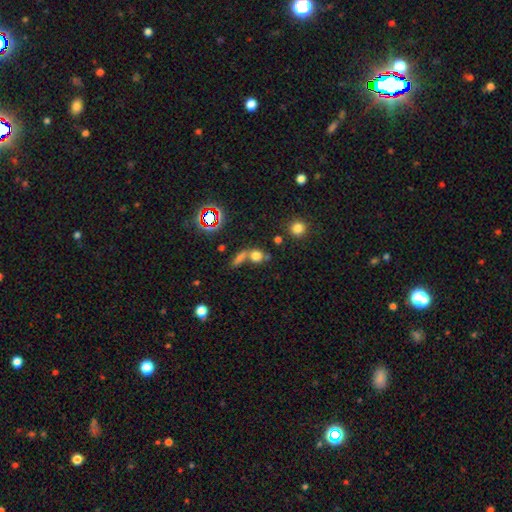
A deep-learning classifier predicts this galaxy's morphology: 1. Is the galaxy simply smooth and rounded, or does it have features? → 67% smooth, 21% star or artifact, 12% featured or disk.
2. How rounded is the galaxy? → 63% round, 32% in between, 6% cigar-shaped.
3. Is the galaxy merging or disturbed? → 43% merger, 41% none, 9% minor disturbance, 7% major disturbance.